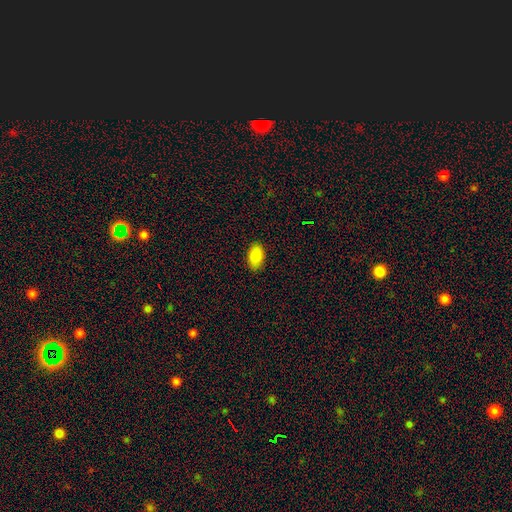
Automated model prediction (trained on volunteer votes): Q: Smooth or featured?
A: smooth (89%); runner-up: star or artifact (8%)
Q: How rounded?
A: in between (93%); runner-up: round (6%)
Q: Merging?
A: none (88%); runner-up: minor disturbance (9%)